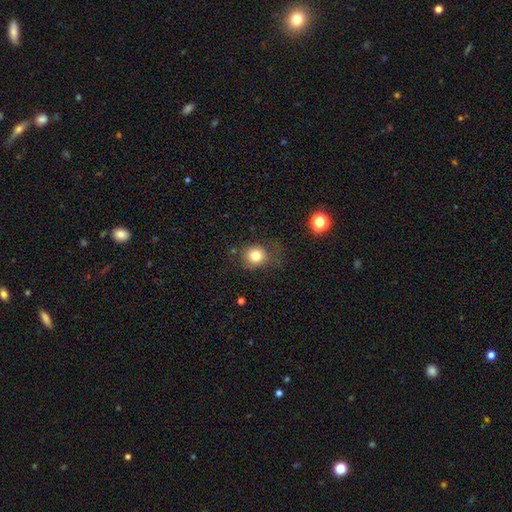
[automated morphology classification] Smooth or featured? Predicted: smooth (p=0.80). How rounded? Predicted: round (p=0.82). Merging? Predicted: none (p=0.69).